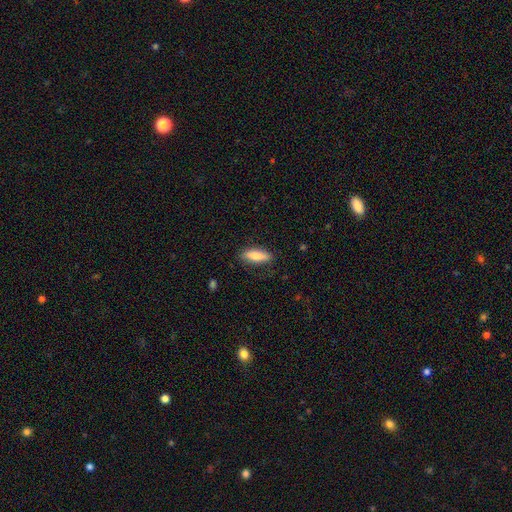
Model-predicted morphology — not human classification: Smooth or featured?
  - smooth: 77% *
  - featured or disk: 16%
  - star or artifact: 6%
How rounded?
  - in between: 54% *
  - cigar-shaped: 44%
  - round: 2%
Merging?
  - none: 82% *
  - minor disturbance: 14%
  - major disturbance: 3%
  - merger: 1%